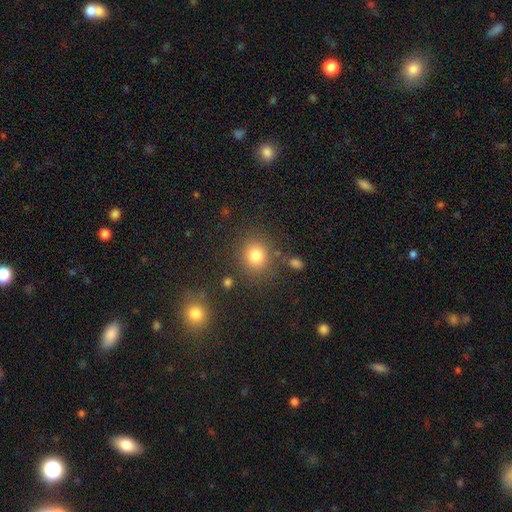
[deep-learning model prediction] Smooth or featured: smooth — 80% (star or artifact — 13%)
How rounded: round — 80% (in between — 19%)
Merging: none — 80% (minor disturbance — 10%)